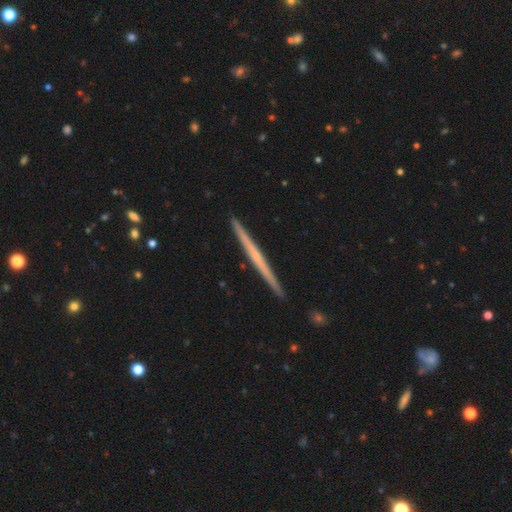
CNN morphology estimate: Q: Smooth or featured?
A: featured or disk (61%); runner-up: smooth (34%)
Q: Edge-on disk?
A: yes (98%); runner-up: no (2%)
Q: Edge-on bulge?
A: none (81%); runner-up: rounded (15%)
Q: Merging?
A: none (92%); runner-up: minor disturbance (5%)